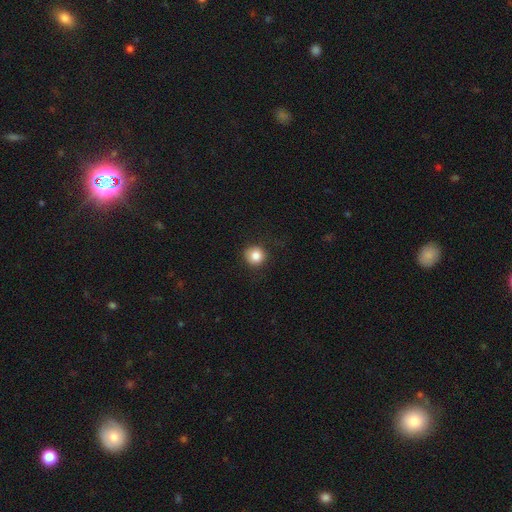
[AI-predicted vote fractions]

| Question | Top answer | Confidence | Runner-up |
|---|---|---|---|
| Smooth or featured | smooth | 84% | star or artifact (10%) |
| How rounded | round | 92% | in between (7%) |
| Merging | none | 84% | minor disturbance (11%) |